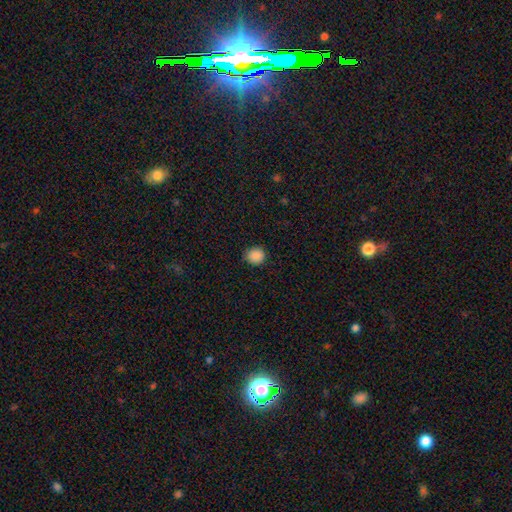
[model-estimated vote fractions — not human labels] Morphology: type=smooth (88%); roundness=round (85%); merging=none (87%).